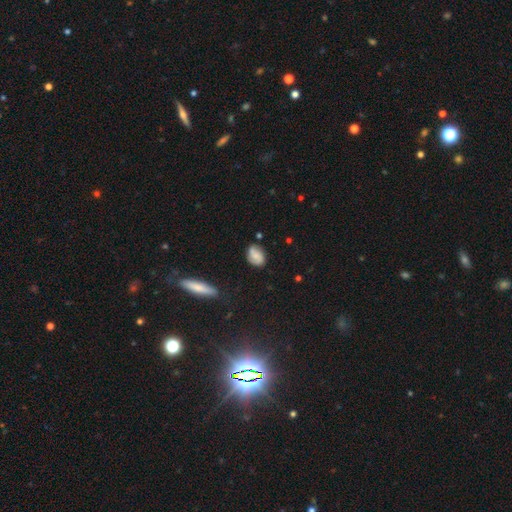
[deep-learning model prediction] A smooth galaxy with no disk features (61%) that is in between round and cigar-shaped (77%).

Vote fractions:
- Smooth or featured? smooth: 61% / featured or disk: 30% / star or artifact: 9%
- How rounded? in between: 77% / round: 20% / cigar-shaped: 3%
- Merging? none: 71% / minor disturbance: 21% / major disturbance: 4% / merger: 4%